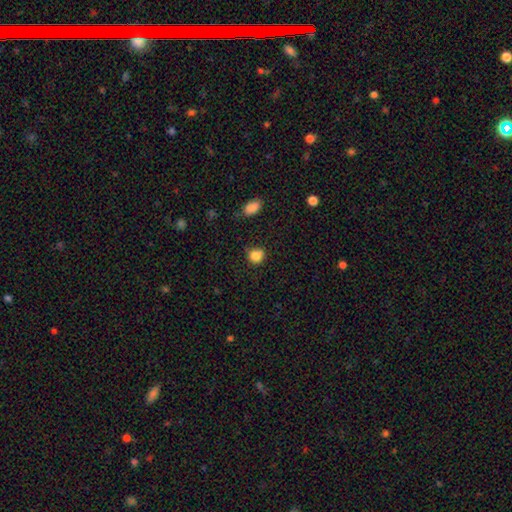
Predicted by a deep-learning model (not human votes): Morphology: type=smooth (85%); roundness=round (78%); merging=none (71%).